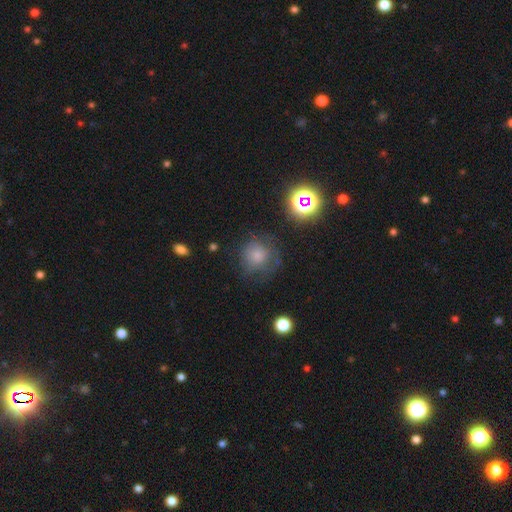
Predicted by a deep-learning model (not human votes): A smooth galaxy with no disk features (56%) that is round (90%).

Vote fractions:
- Smooth or featured? smooth: 56% / star or artifact: 25% / featured or disk: 19%
- How rounded? round: 90% / in between: 9% / cigar-shaped: 1%
- Merging? none: 70% / minor disturbance: 18% / major disturbance: 10% / merger: 2%